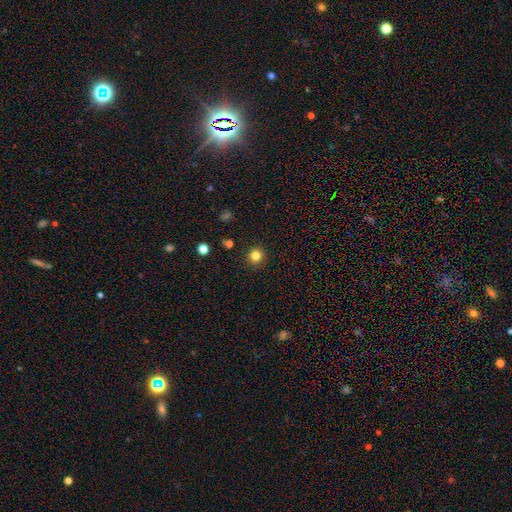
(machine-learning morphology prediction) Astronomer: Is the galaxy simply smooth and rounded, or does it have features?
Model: smooth — 82%.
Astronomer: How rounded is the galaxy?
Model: round — 94%.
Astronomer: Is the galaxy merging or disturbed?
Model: none — 92%.